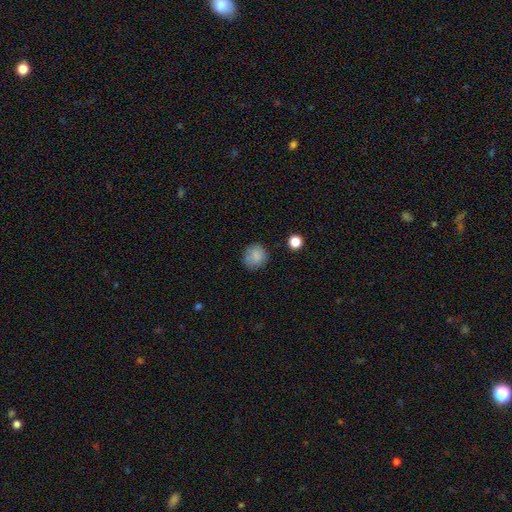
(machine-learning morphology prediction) type=smooth (83%); roundness=round (87%); merging=none (79%).